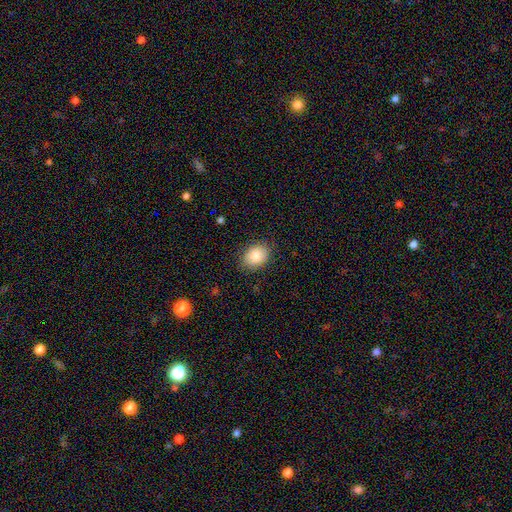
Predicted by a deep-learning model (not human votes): Q: Smooth or featured?
A: smooth (85%); runner-up: star or artifact (8%)
Q: How rounded?
A: in between (61%); runner-up: round (38%)
Q: Merging?
A: none (84%); runner-up: minor disturbance (12%)